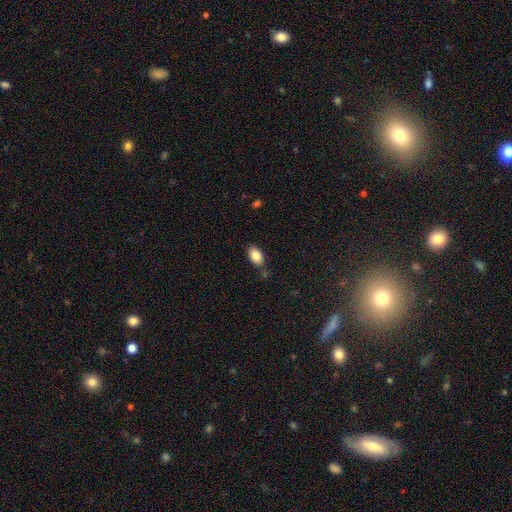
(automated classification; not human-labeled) The model was most divided on "merging": none: 74%, minor disturbance: 17%, merger: 5%, major disturbance: 4%. More confident: how rounded — in between (90%); smooth or featured — smooth (85%).